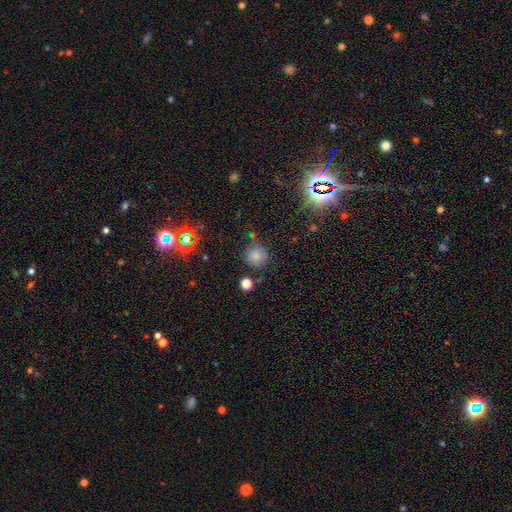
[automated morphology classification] The model was most divided on "smooth or featured": smooth: 76%, star or artifact: 17%, featured or disk: 7%. More confident: how rounded — round (92%); merging — none (75%).